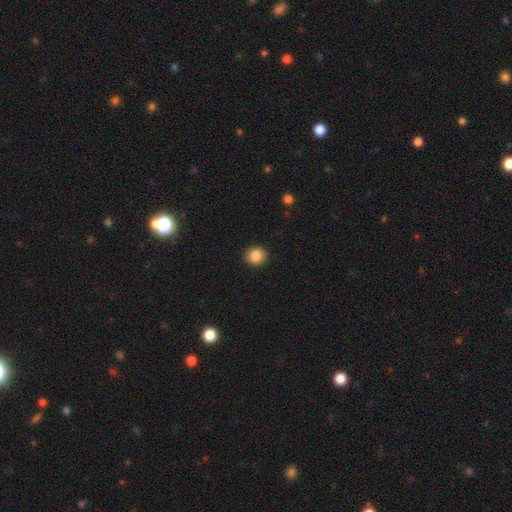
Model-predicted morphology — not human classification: A smooth galaxy with no disk features (86%) that is round (83%).

Vote fractions:
- Smooth or featured? smooth: 86% / star or artifact: 9% / featured or disk: 5%
- How rounded? round: 83% / in between: 16% / cigar-shaped: 1%
- Merging? none: 91% / minor disturbance: 6% / major disturbance: 2% / merger: 1%